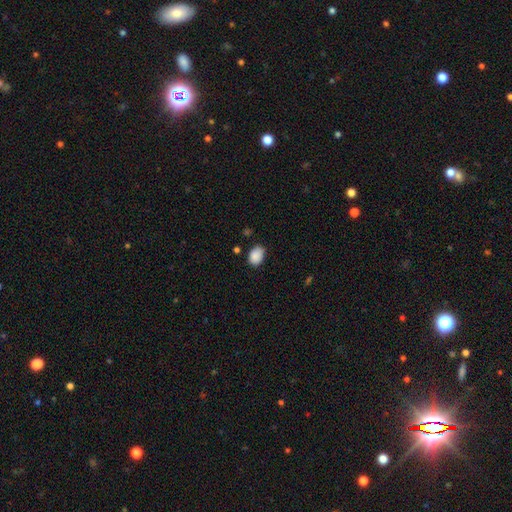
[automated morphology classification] smooth-or-featured: smooth: 89% | star or artifact: 8% | featured or disk: 3%
  how-rounded: in between: 80% | round: 19% | cigar-shaped: 1%
  merging: none: 74% | minor disturbance: 20% | major disturbance: 4% | merger: 2%